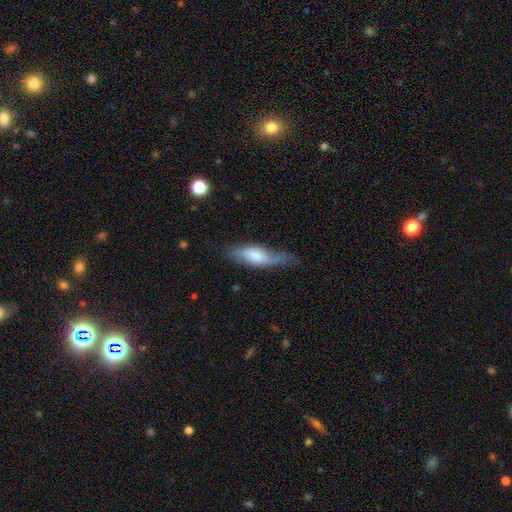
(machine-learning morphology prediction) Smooth or featured? smooth (65%)
How rounded? in between (56%)
Merging? none (41%)